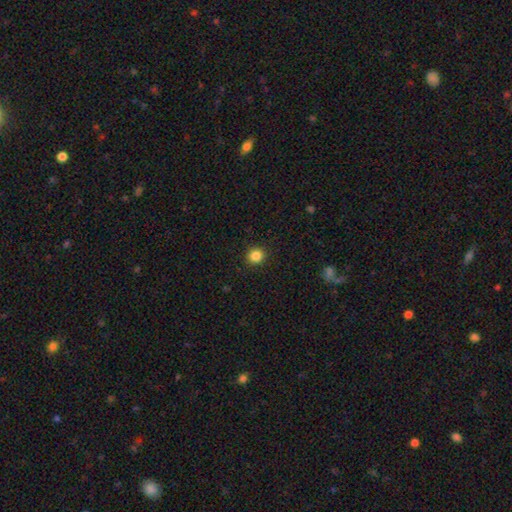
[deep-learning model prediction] smooth 85%, star or artifact 11%, featured or disk 4%. Down the decision tree: how rounded — round (89%); merging — none (92%).